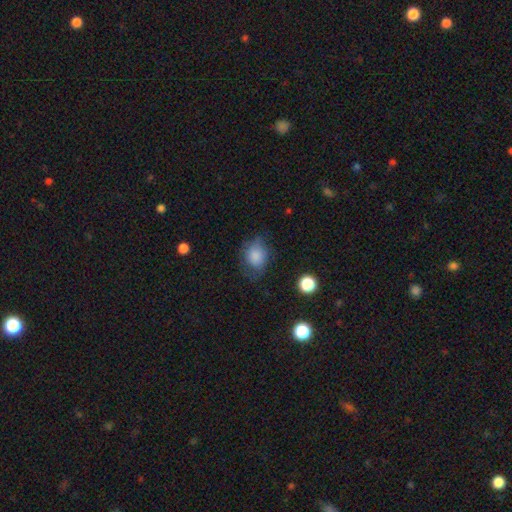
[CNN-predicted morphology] Overall: smooth (80%). How rounded: round (51%; in between 48%). Merging: none (56%; minor disturbance 28%).